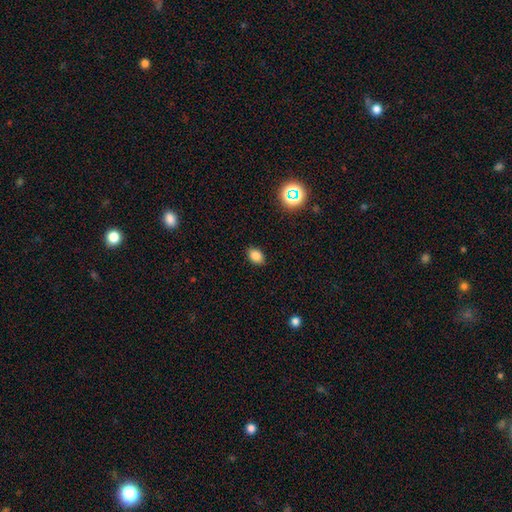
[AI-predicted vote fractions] This is clearly a smooth galaxy (83%). How rounded: likely in between (79%). Merging: clearly none (88%).